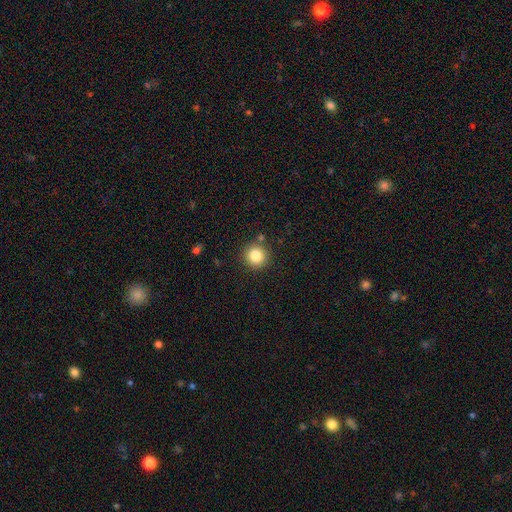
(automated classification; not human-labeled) This is clearly a smooth galaxy (83%). How rounded: clearly round (94%). Merging: clearly none (87%).